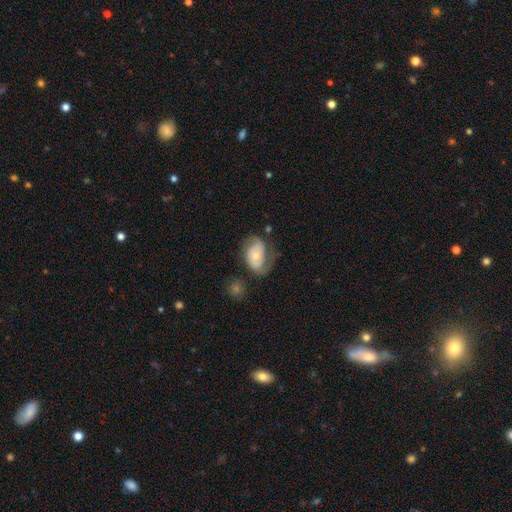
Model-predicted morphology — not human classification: Smooth or featured: featured or disk — 54% (smooth — 39%)
Edge-on disk: no — 96% (yes — 4%)
Bar: no — 71% (weak — 22%)
Spiral arms: yes — 76% (no — 24%)
Bulge size: small — 51% (moderate — 42%)
Merging: none — 48% (minor disturbance — 27%)